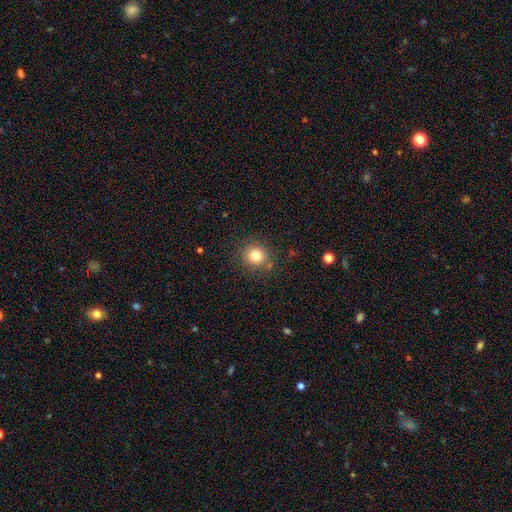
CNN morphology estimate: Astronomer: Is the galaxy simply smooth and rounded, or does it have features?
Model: smooth — 80%.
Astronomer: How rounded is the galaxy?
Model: round — 89%.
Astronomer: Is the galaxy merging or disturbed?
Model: none — 83%.